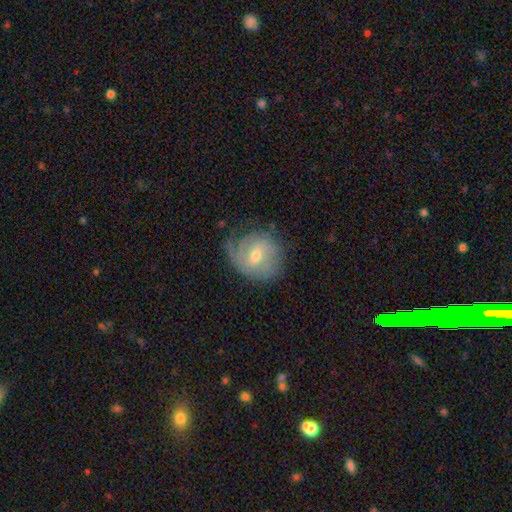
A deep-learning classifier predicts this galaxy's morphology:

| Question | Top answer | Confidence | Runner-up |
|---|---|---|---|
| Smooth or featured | featured or disk | 69% | smooth (24%) |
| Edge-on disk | no | 97% | yes (3%) |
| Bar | weak | 54% | no (32%) |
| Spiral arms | yes | 87% | no (13%) |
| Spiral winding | tight | 48% | medium (35%) |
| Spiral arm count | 2 | 35% | can't tell (30%) |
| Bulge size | moderate | 50% | small (46%) |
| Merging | none | 59% | minor disturbance (26%) |